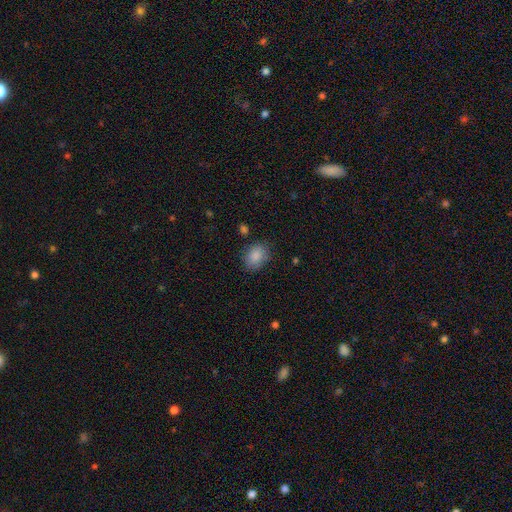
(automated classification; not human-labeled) Smooth or featured? smooth (87%)
How rounded? in between (70%)
Merging? none (78%)